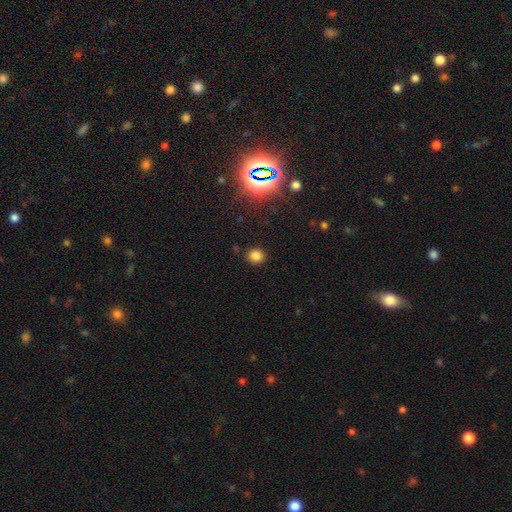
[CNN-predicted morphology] A smooth galaxy with no disk features (79%) that is round (79%).

Vote fractions:
- Smooth or featured? smooth: 79% / star or artifact: 17% / featured or disk: 5%
- How rounded? round: 79% / in between: 20% / cigar-shaped: 1%
- Merging? none: 88% / minor disturbance: 7% / major disturbance: 3% / merger: 2%